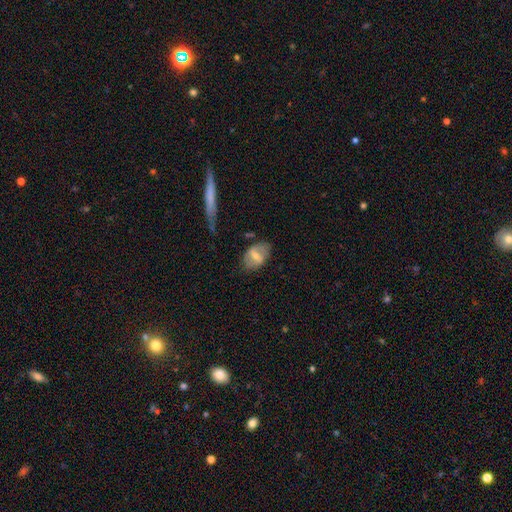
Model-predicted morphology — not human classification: Q: Smooth or featured?
A: smooth (48%); runner-up: featured or disk (45%)
Q: Merging?
A: none (71%); runner-up: minor disturbance (20%)